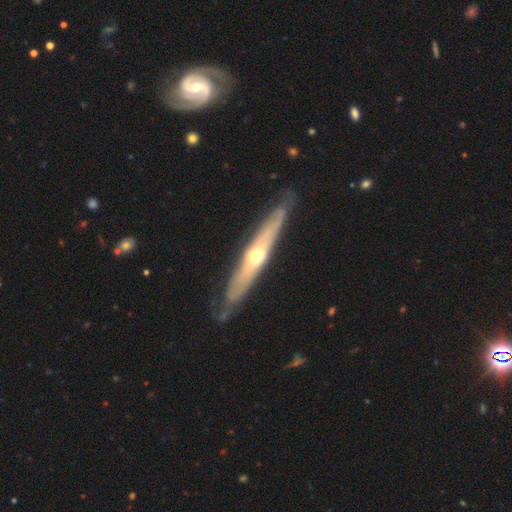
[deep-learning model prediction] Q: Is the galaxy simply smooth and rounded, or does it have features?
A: featured or disk — 71%.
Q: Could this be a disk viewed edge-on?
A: yes — 74%.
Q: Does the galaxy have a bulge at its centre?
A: rounded — 81%.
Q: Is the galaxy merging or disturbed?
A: none — 79%.